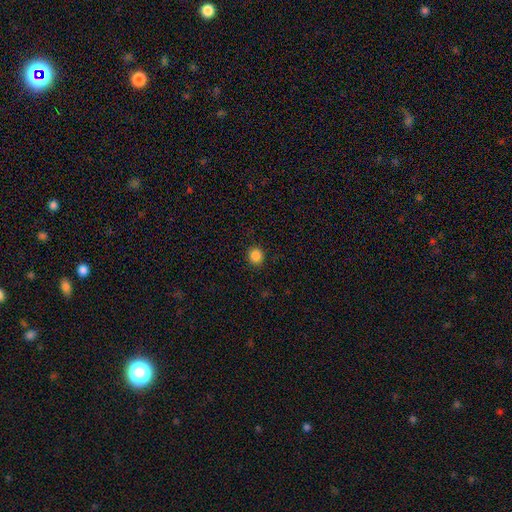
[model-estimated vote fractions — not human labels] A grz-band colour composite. It shows a smooth galaxy with no disk features (86%) that is round (87%). Merging: none (91%).